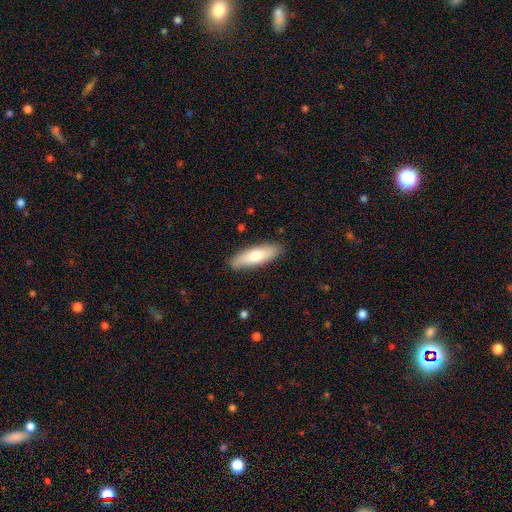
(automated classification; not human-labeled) Smooth or featured: smooth — 73% (featured or disk — 22%)
How rounded: cigar-shaped — 52% (in between — 47%)
Merging: none — 87% (minor disturbance — 10%)